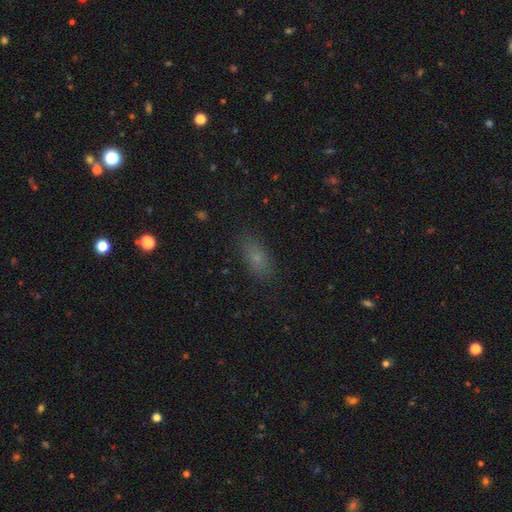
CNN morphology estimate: This appears to be a smooth galaxy with no disk features (73%) that is in between round and cigar-shaped (81%). Merging: none (83%).